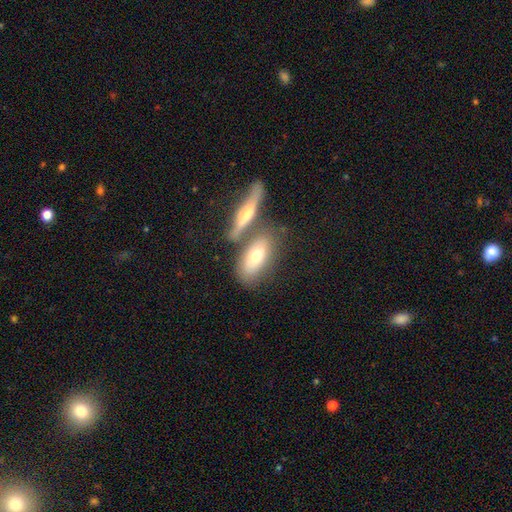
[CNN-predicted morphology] Smooth or featured? Predicted: smooth (p=0.64). How rounded? Predicted: in between (p=0.78). Merging? Predicted: none (p=0.53).